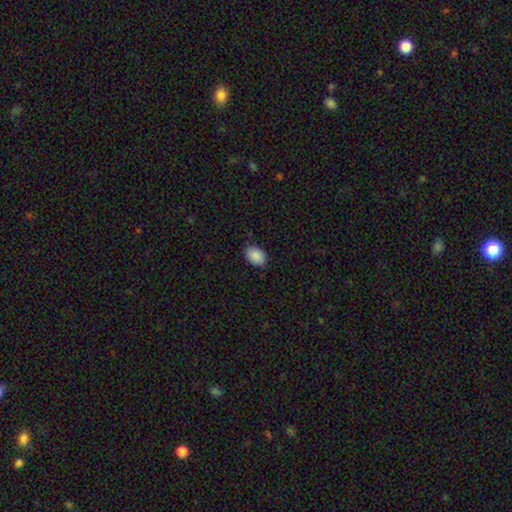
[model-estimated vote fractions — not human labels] A smooth galaxy with no disk features (89%) that is in between round and cigar-shaped (86%).

Vote fractions:
- Smooth or featured? smooth: 89% / star or artifact: 7% / featured or disk: 4%
- How rounded? in between: 86% / round: 13% / cigar-shaped: 1%
- Merging? none: 85% / minor disturbance: 12% / major disturbance: 2% / merger: 1%